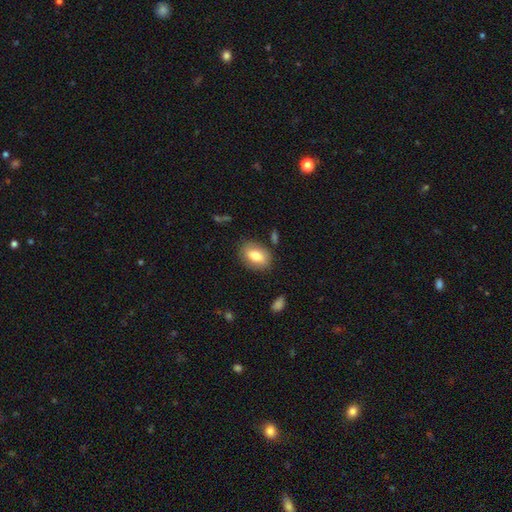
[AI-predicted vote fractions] This appears to be a smooth galaxy with no disk features (78%) that is in between round and cigar-shaped (86%). Merging: none (80%).